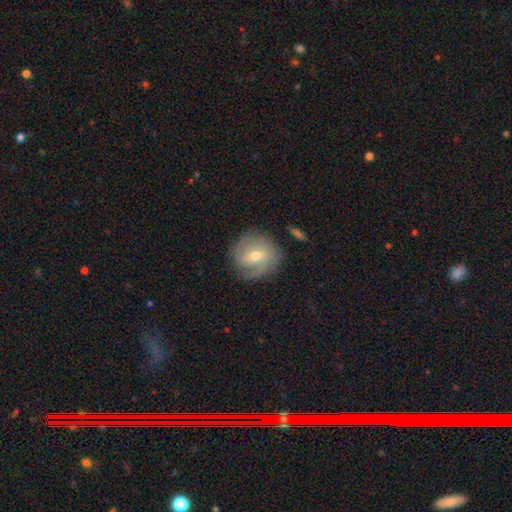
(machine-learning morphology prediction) type=featured or disk (65%); edge-on=no (96%); bar=weak (50%); spiral arms=yes (87%); winding=tight (45%); arm count=2 (37%); bulge=moderate (60%); merging=none (76%).